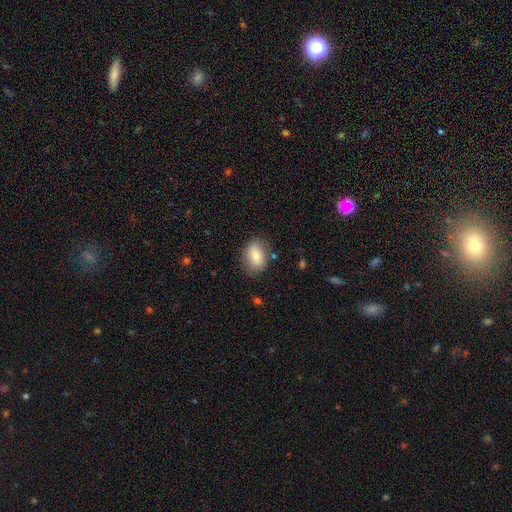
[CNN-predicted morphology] This appears to be a smooth galaxy with no disk features (77%) that is in between round and cigar-shaped (77%). Merging: none (78%).